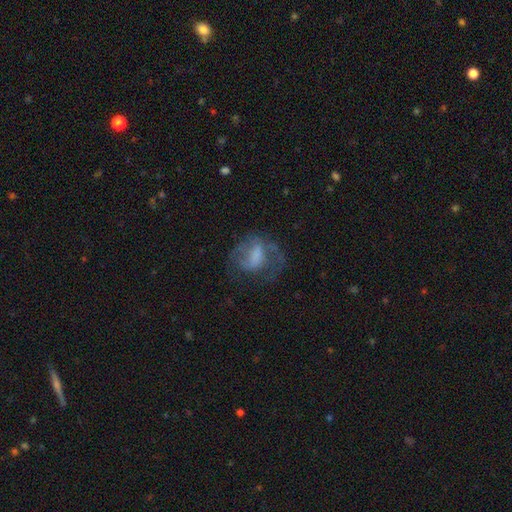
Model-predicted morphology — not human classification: A featured or disk galaxy (55%) with a weak bar (40%), spiral arms (65%) and no central bulge (37%). Merging: none (45%).